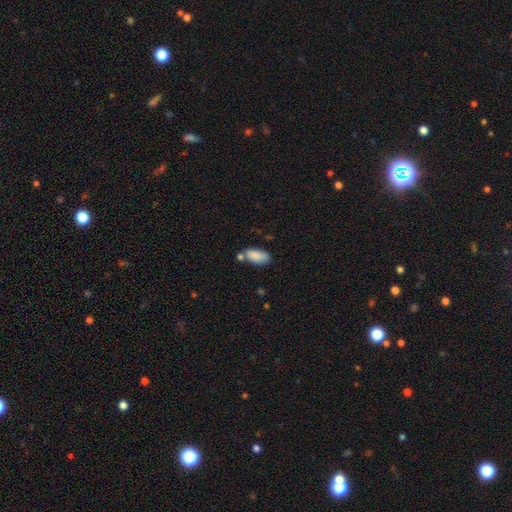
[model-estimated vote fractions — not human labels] Smooth or featured? Predicted: smooth (p=0.86). How rounded? Predicted: in between (p=0.91). Merging? Predicted: none (p=0.59).